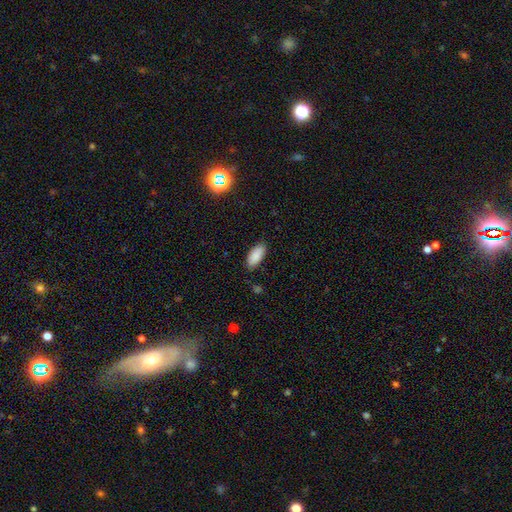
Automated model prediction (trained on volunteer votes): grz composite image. It shows a smooth galaxy with no disk features (89%) that is in between round and cigar-shaped (88%). Merging: none (86%).